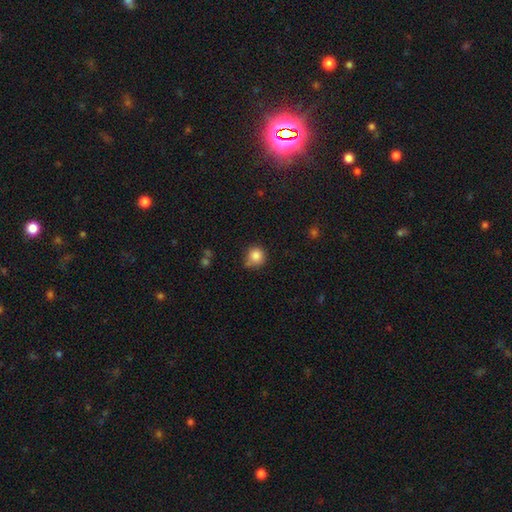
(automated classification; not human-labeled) Smooth or featured? Predicted: smooth (p=0.84). How rounded? Predicted: round (p=0.89). Merging? Predicted: none (p=0.62).